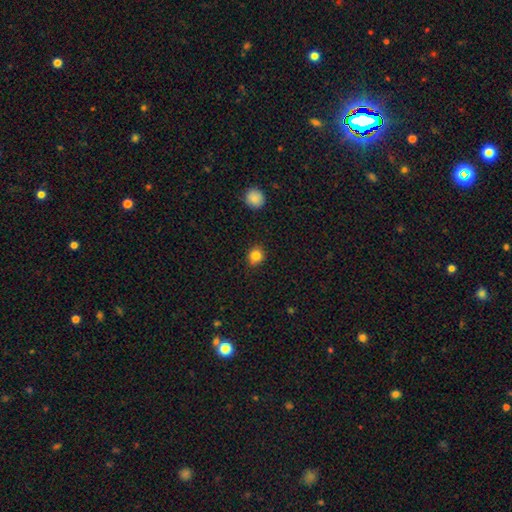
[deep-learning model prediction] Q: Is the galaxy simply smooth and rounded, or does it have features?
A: smooth — 84%.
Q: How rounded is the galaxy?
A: round — 81%.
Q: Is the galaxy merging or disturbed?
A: none — 87%.